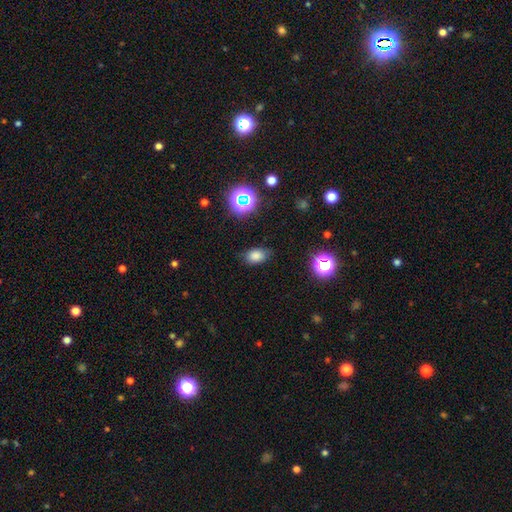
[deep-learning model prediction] smooth_or_featured: smooth (p=0.78) [alt: star or artifact p=0.16]
how_rounded: in between (p=0.82) [alt: round p=0.17]
merging: none (p=0.79) [alt: minor disturbance p=0.16]